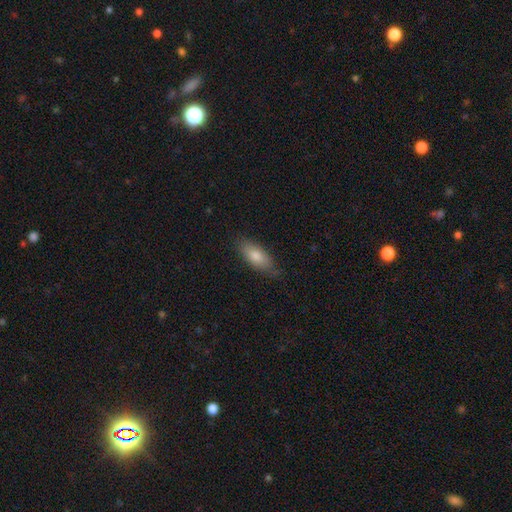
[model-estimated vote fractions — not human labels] smooth-or-featured: smooth: 79% | featured or disk: 15% | star or artifact: 7%
  how-rounded: in between: 78% | cigar-shaped: 20% | round: 2%
  merging: none: 77% | minor disturbance: 18% | major disturbance: 3% | merger: 1%